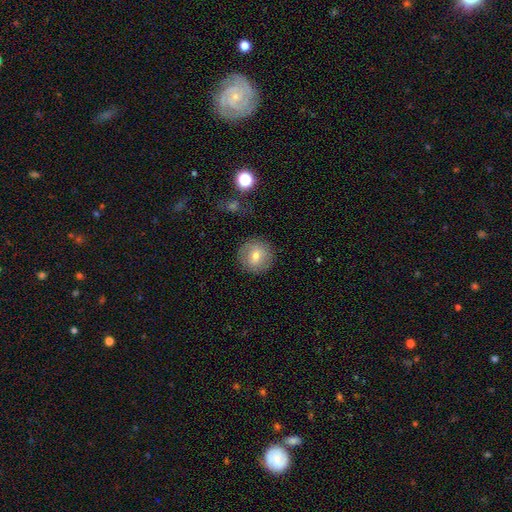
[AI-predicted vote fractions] A smooth galaxy with no disk features (69%) that is round (94%).

Vote fractions:
- Smooth or featured? smooth: 69% / featured or disk: 21% / star or artifact: 10%
- How rounded? round: 94% / in between: 5% / cigar-shaped: 1%
- Merging? none: 87% / minor disturbance: 8% / major disturbance: 3% / merger: 2%